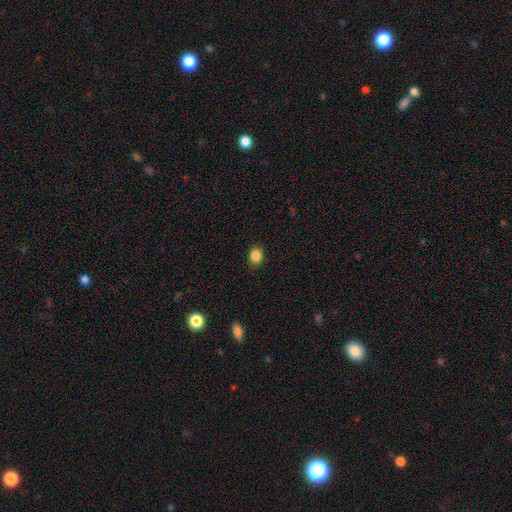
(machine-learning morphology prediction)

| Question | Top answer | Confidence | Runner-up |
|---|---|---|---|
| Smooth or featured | smooth | 86% | star or artifact (10%) |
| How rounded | round | 58% | in between (41%) |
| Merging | none | 87% | minor disturbance (10%) |